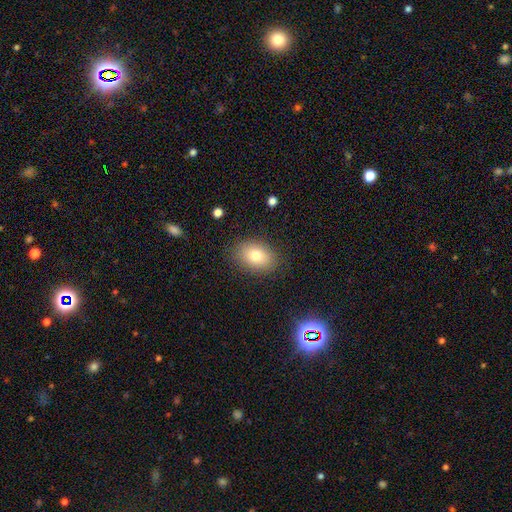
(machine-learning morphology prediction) Smooth or featured? smooth (79%)
How rounded? in between (80%)
Merging? none (85%)